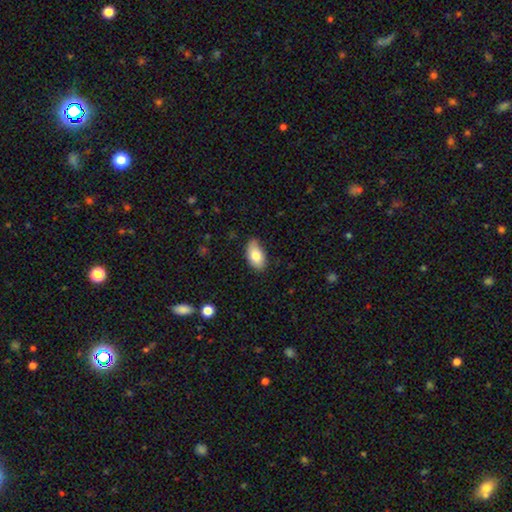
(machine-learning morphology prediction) This appears to be a smooth galaxy with no disk features (79%) that is in between round and cigar-shaped (93%). Merging: none (74%).